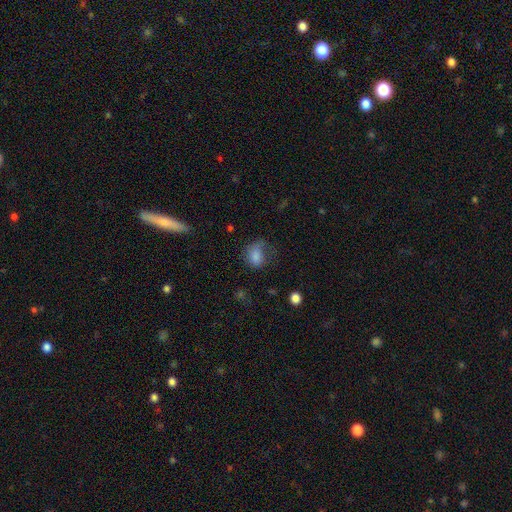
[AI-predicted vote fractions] This is likely a smooth galaxy (78%). How rounded: likely in between (63%). Merging: marginally none (36%).